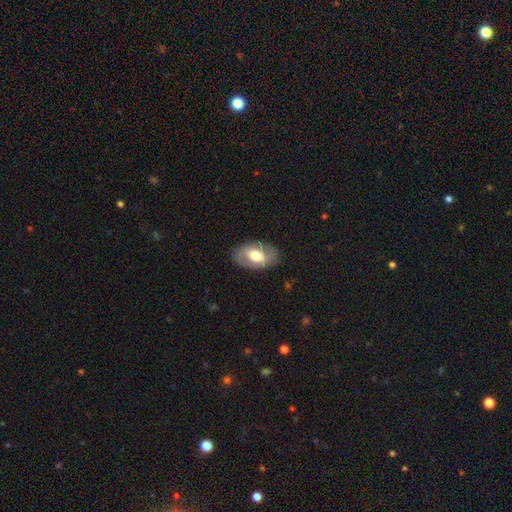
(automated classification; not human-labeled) Smooth or featured?
  - smooth: 56% *
  - featured or disk: 38%
  - star or artifact: 6%
How rounded?
  - in between: 91% *
  - round: 8%
  - cigar-shaped: 1%
Merging?
  - none: 84% *
  - minor disturbance: 11%
  - major disturbance: 4%
  - merger: 1%